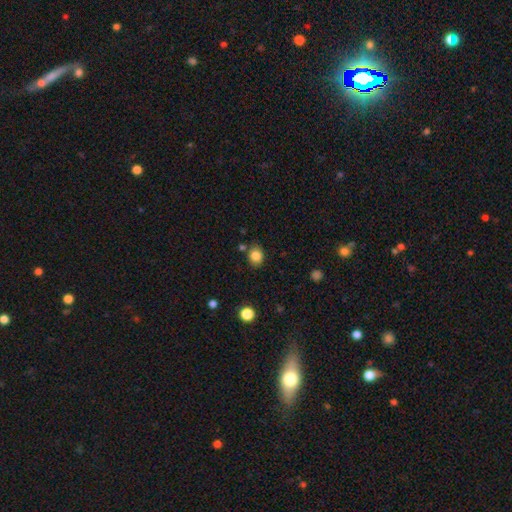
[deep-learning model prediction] This appears to be a smooth galaxy with no disk features (84%) that is round (59%). Merging: none (77%).